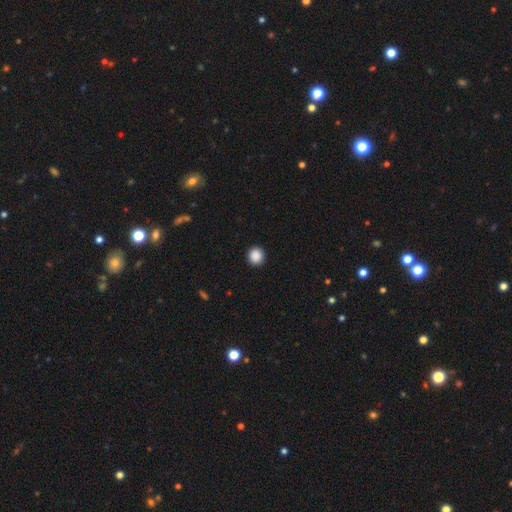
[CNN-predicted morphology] Smooth or featured? Predicted: smooth (p=0.89). How rounded? Predicted: round (p=0.91). Merging? Predicted: none (p=0.92).